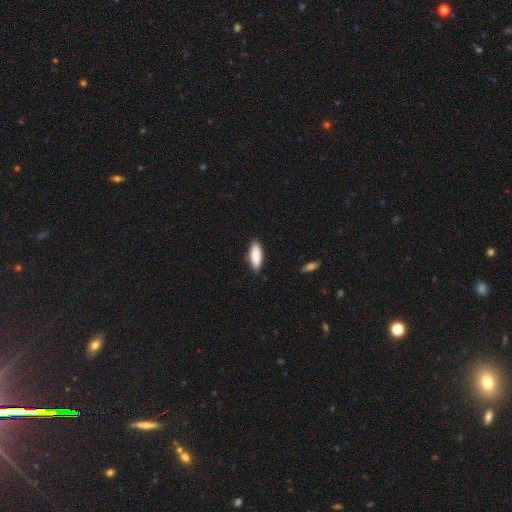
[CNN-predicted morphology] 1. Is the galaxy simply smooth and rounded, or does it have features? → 89% smooth, 6% featured or disk, 5% star or artifact.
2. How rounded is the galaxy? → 75% in between, 24% cigar-shaped, 2% round.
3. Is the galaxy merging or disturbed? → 84% none, 13% minor disturbance, 2% major disturbance, 1% merger.